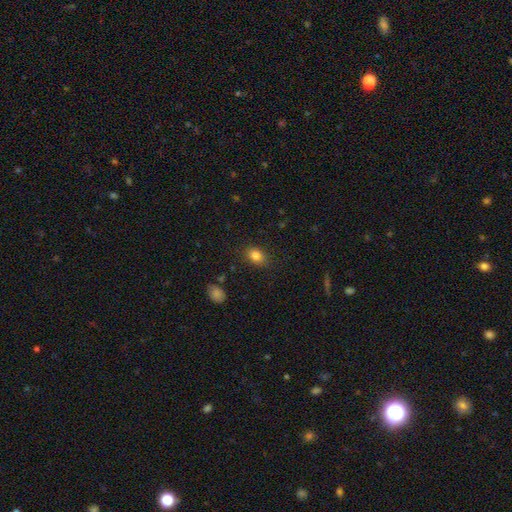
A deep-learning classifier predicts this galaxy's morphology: Smooth or featured: smooth — 83% (star or artifact — 10%)
How rounded: in between — 69% (round — 30%)
Merging: none — 85% (minor disturbance — 10%)